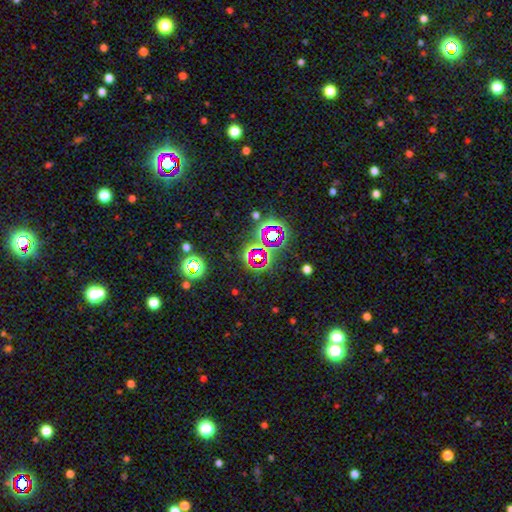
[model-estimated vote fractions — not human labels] Morphology: type=star or artifact (73%).